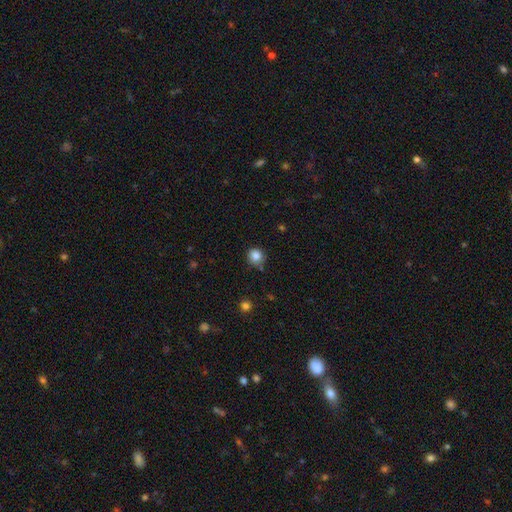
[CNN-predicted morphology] type=smooth (84%); roundness=round (90%); merging=none (80%).